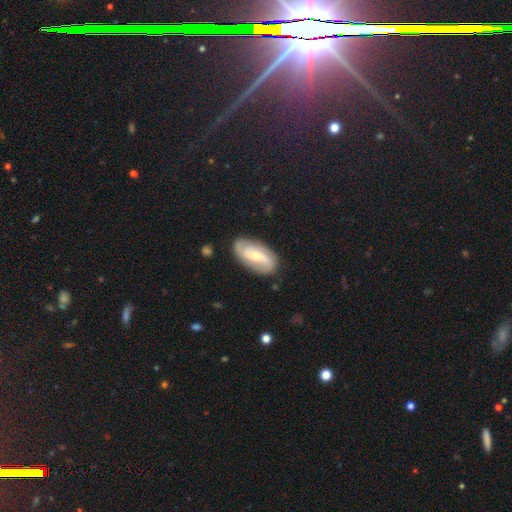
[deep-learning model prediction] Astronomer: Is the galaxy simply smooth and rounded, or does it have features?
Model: featured or disk — 75%.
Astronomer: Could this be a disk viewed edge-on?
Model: no — 95%.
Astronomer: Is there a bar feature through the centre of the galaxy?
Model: no — 43% (runner-up: weak, 39%).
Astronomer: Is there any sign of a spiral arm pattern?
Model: yes — 93%.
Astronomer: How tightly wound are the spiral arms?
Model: medium — 39% (runner-up: loose, 38%).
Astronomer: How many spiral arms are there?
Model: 2 — 82%.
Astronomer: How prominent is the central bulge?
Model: small — 51% (runner-up: moderate, 45%).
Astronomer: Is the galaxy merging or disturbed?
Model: none — 83%.